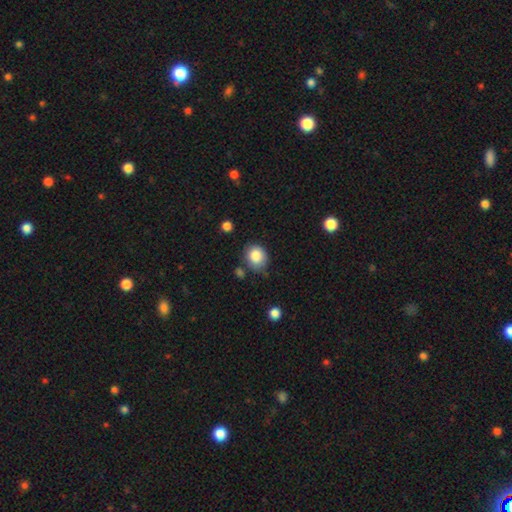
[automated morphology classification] smooth-or-featured: smooth: 85% | star or artifact: 9% | featured or disk: 7%
  how-rounded: round: 69% | in between: 31% | cigar-shaped: 1%
  merging: none: 69% | minor disturbance: 21% | merger: 5% | major disturbance: 5%